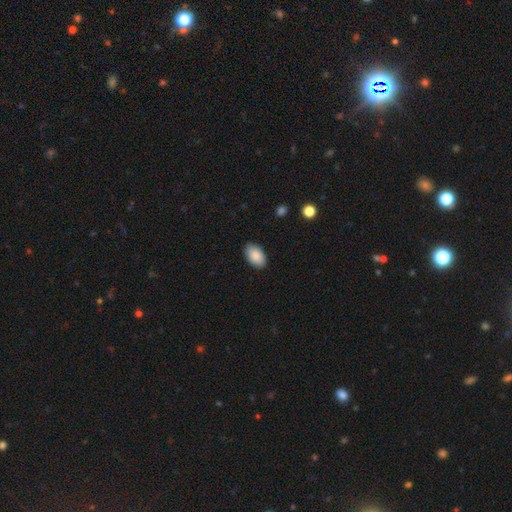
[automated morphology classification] Overall: smooth (89%). How rounded: in between (94%). Merging: none (87%).